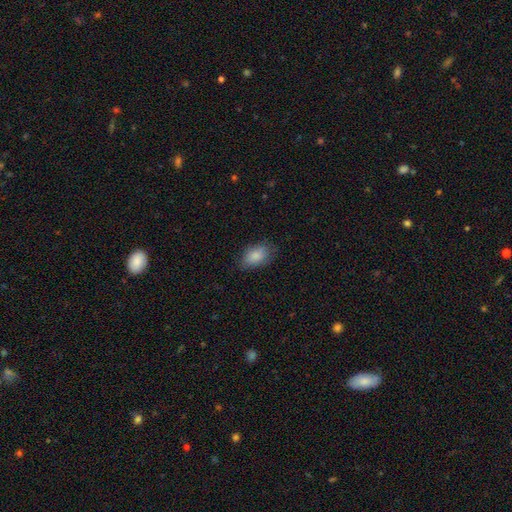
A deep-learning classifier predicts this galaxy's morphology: Overall: smooth (86%). How rounded: in between (89%). Merging: none (76%).